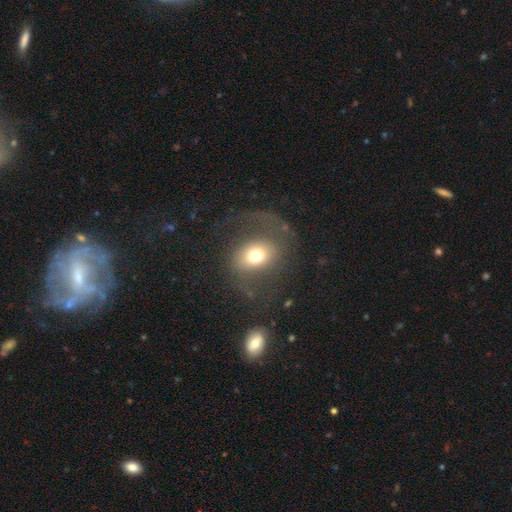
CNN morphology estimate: The model was most divided on "how rounded": round: 51%, in between: 48%, cigar-shaped: 1%. Remaining: smooth or featured — smooth (55%); merging — none (48%).